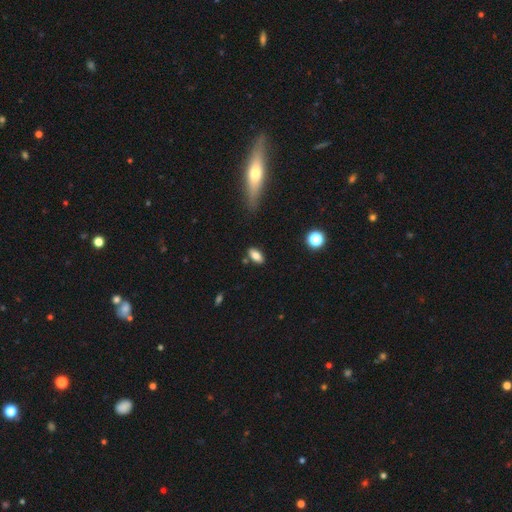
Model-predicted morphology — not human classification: Smooth or featured?
  - smooth: 79% *
  - featured or disk: 12%
  - star or artifact: 9%
How rounded?
  - in between: 87% *
  - cigar-shaped: 8%
  - round: 5%
Merging?
  - none: 82% *
  - minor disturbance: 11%
  - merger: 5%
  - major disturbance: 3%